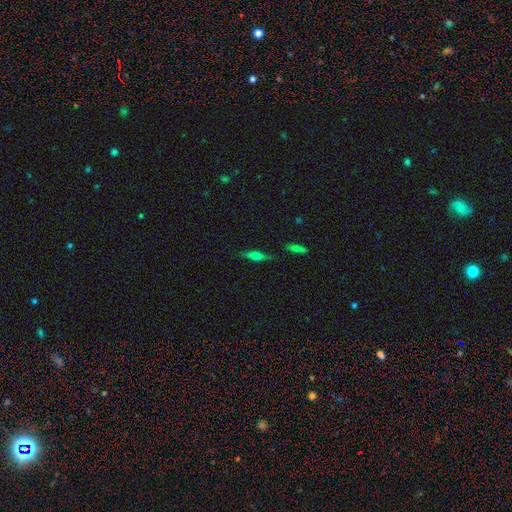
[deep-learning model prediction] smooth_or_featured: smooth (p=0.48) [alt: featured or disk p=0.41]
merging: none (p=0.78) [alt: minor disturbance p=0.14]